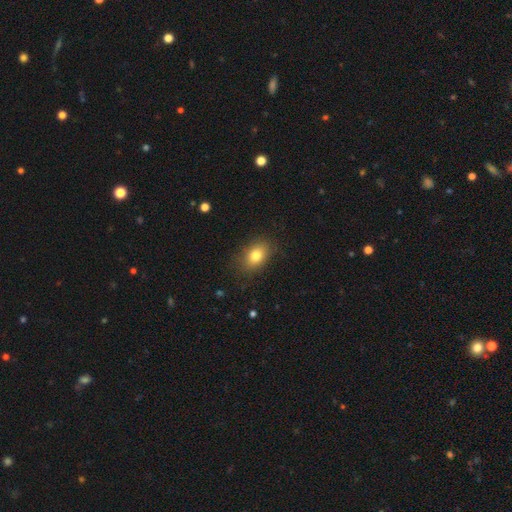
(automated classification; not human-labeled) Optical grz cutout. It shows a smooth galaxy with no disk features (79%) that is in between round and cigar-shaped (75%). Merging: none (84%).